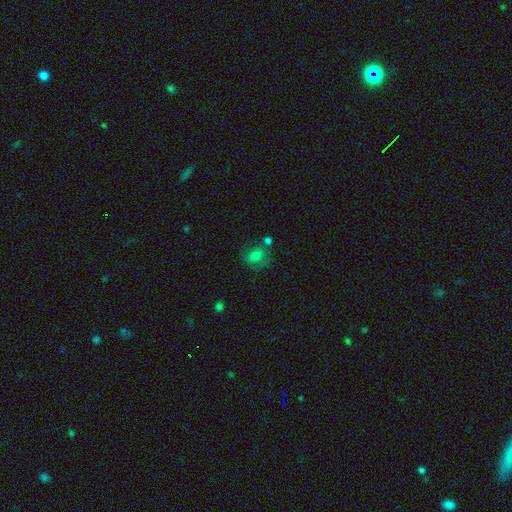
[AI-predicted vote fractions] smooth 72%, featured or disk 15%, star or artifact 13%. Down the decision tree: how rounded — round (53%); merging — none (60%).